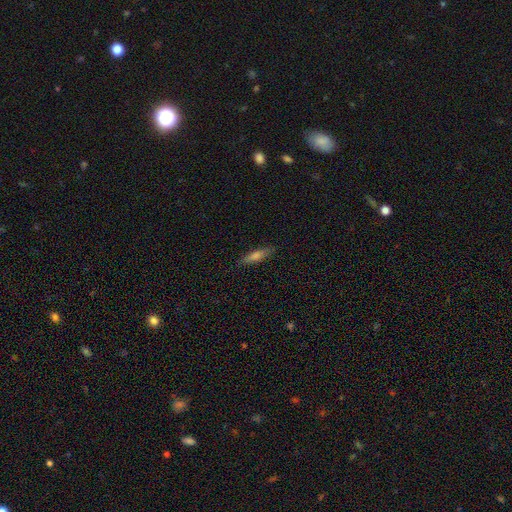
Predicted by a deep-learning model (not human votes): smooth_or_featured: smooth (p=0.56) [alt: featured or disk p=0.35]
how_rounded: cigar-shaped (p=0.81) [alt: in between p=0.16]
merging: none (p=0.86) [alt: minor disturbance p=0.10]